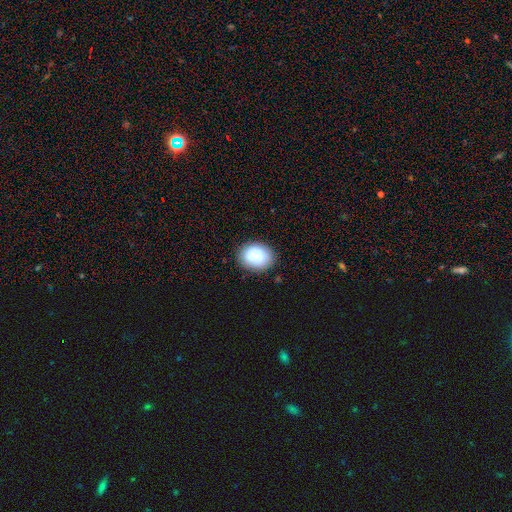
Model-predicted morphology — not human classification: Smooth or featured? Predicted: smooth (p=0.82). How rounded? Predicted: in between (p=0.53). Merging? Predicted: none (p=0.84).